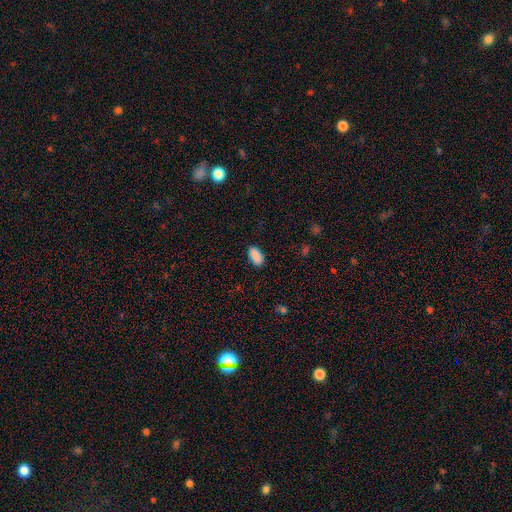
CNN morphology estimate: smooth-or-featured: smooth: 89% | star or artifact: 7% | featured or disk: 3%
  how-rounded: in between: 93% | cigar-shaped: 4% | round: 3%
  merging: none: 87% | minor disturbance: 9% | major disturbance: 2% | merger: 1%